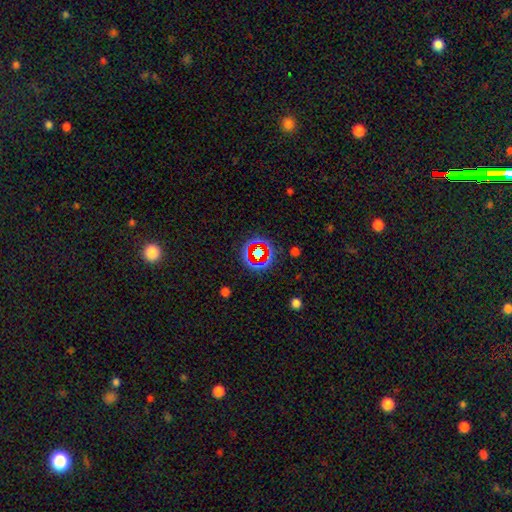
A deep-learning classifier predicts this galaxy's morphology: The model was most divided on "smooth or featured": star or artifact: 62%, smooth: 23%, featured or disk: 15%.